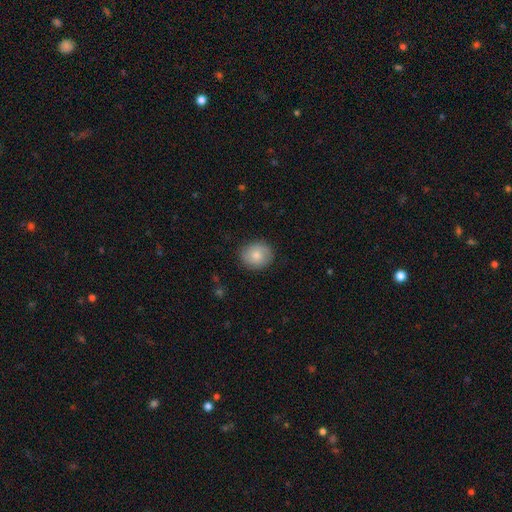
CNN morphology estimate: smooth_or_featured: smooth (p=0.75) [alt: featured or disk p=0.17]
how_rounded: round (p=0.73) [alt: in between p=0.26]
merging: none (p=0.86) [alt: minor disturbance p=0.10]